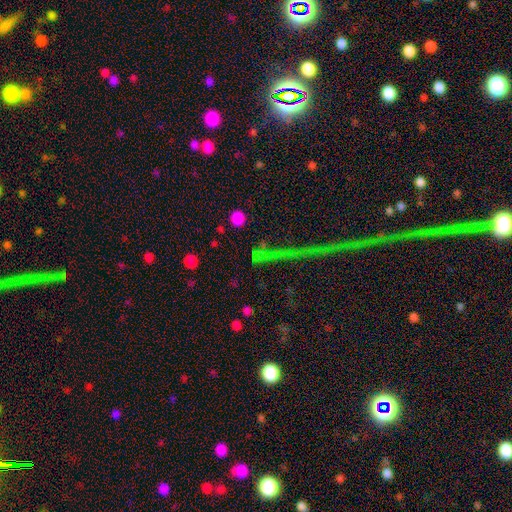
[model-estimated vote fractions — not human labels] smooth-or-featured: smooth: 49% | star or artifact: 41% | featured or disk: 10%
  merging: none: 77% | major disturbance: 8% | minor disturbance: 8% | merger: 6%